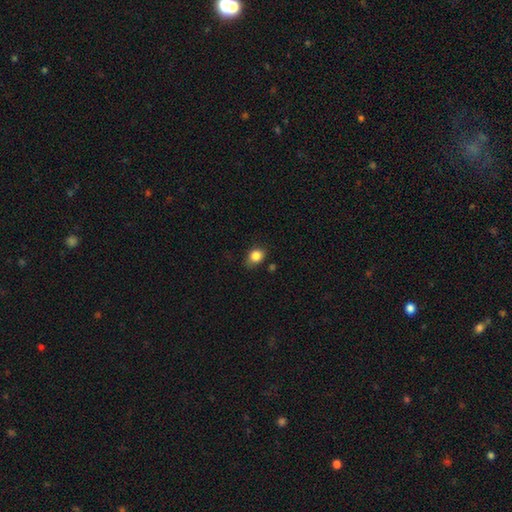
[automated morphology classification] Q: Smooth or featured?
A: smooth (85%); runner-up: star or artifact (10%)
Q: How rounded?
A: in between (57%); runner-up: round (42%)
Q: Merging?
A: none (70%); runner-up: minor disturbance (24%)